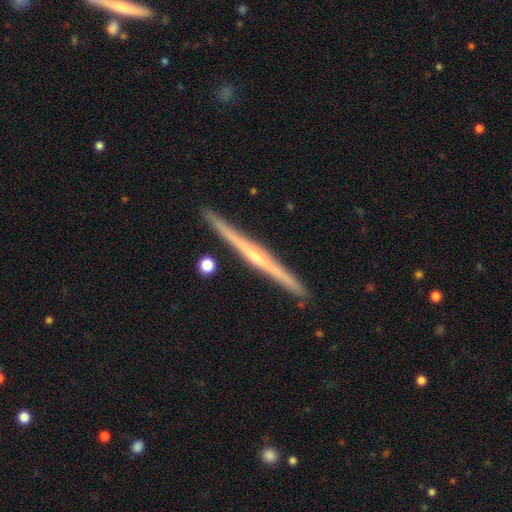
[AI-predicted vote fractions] smooth-or-featured: featured or disk: 79% | smooth: 15% | star or artifact: 5%
  disk-edge-on: yes: 98% | no: 2%
    edge-on-bulge: rounded: 66% | none: 29% | boxy: 5%
  merging: none: 91% | minor disturbance: 6% | merger: 2% | major disturbance: 1%